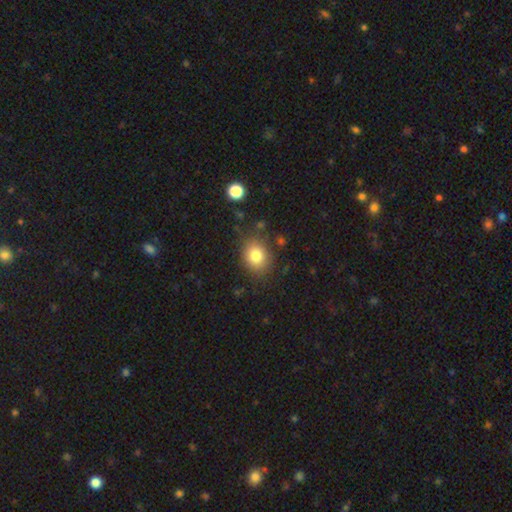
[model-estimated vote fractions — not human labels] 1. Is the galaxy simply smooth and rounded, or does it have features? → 82% smooth, 10% star or artifact, 9% featured or disk.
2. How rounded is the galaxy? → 50% round, 49% in between, 1% cigar-shaped.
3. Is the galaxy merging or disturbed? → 80% none, 13% minor disturbance, 4% major disturbance, 3% merger.